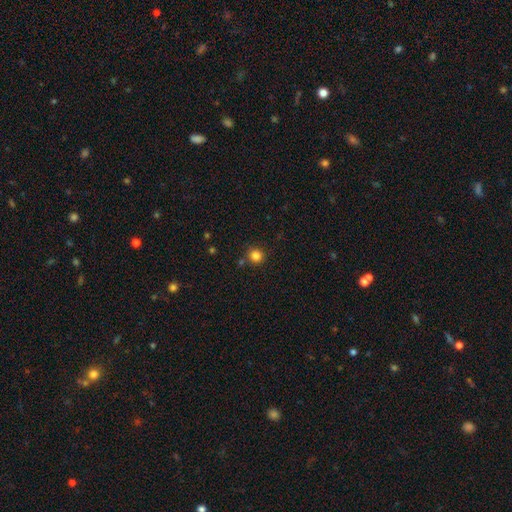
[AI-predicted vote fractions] smooth_or_featured: smooth (p=0.84) [alt: star or artifact p=0.12]
how_rounded: round (p=0.88) [alt: in between p=0.11]
merging: none (p=0.83) [alt: minor disturbance p=0.09]